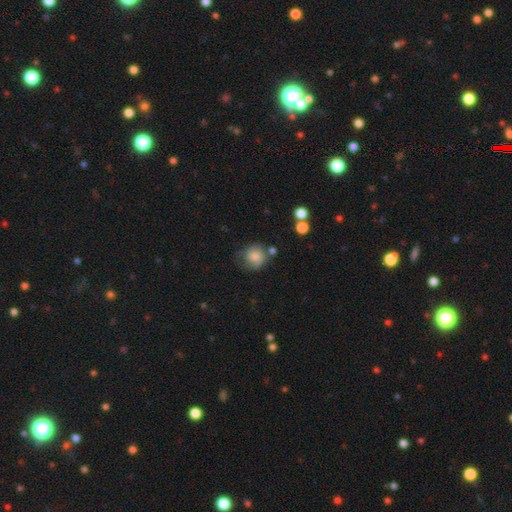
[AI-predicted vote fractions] Smooth or featured?
  - smooth: 72% *
  - featured or disk: 19%
  - star or artifact: 9%
How rounded?
  - round: 81% *
  - in between: 18%
  - cigar-shaped: 1%
Merging?
  - none: 53% *
  - minor disturbance: 28%
  - major disturbance: 13%
  - merger: 6%